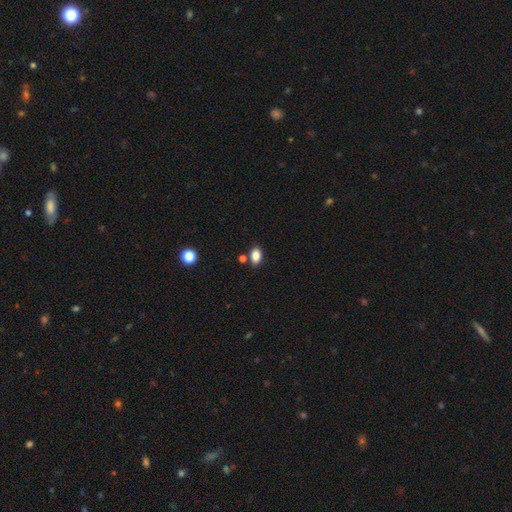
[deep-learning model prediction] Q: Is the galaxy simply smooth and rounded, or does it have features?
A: smooth — 86%.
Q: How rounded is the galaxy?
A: in between — 86%.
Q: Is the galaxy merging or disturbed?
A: none — 78%.